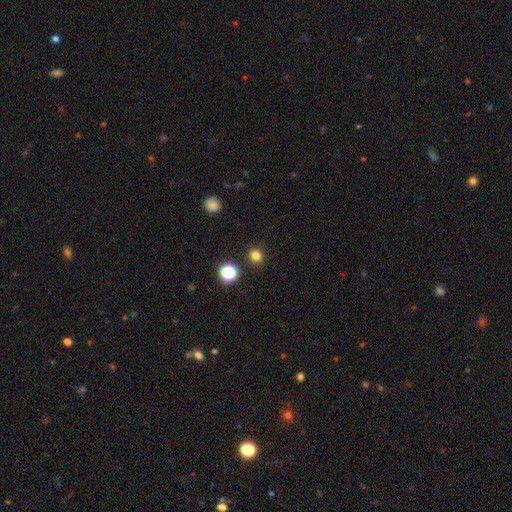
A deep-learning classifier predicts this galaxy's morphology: A smooth galaxy with no disk features (79%) that is round (91%). Merging: none (90%).